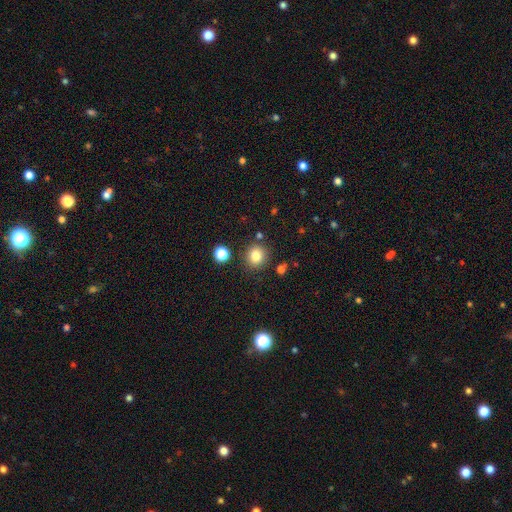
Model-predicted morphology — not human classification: Smooth or featured? Predicted: smooth (p=0.81). How rounded? Predicted: round (p=0.86). Merging? Predicted: none (p=0.85).